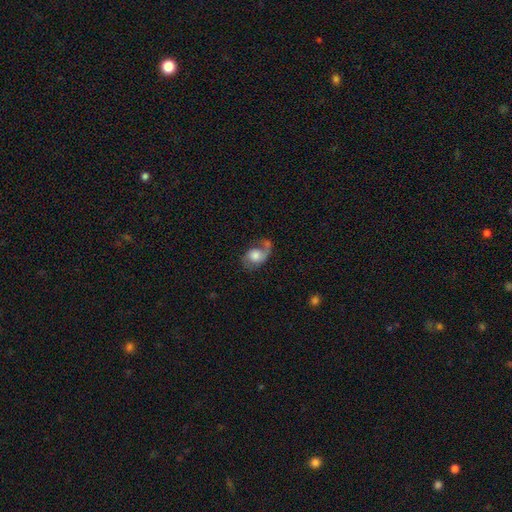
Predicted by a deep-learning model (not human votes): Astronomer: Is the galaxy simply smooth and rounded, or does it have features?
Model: featured or disk — 52% (runner-up: smooth, 40%).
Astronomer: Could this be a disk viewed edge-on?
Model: no — 97%.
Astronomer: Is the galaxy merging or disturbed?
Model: none — 36% (runner-up: major disturbance, 31%).